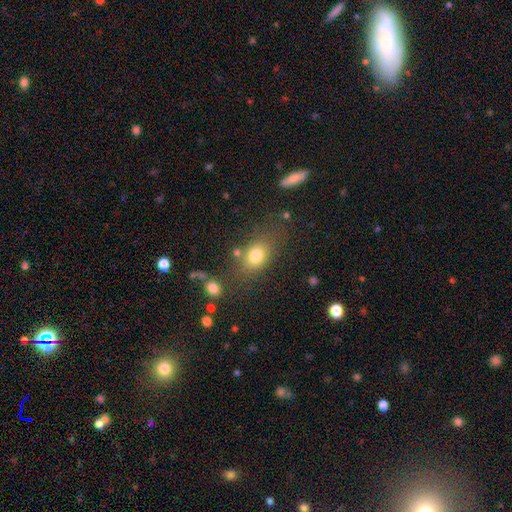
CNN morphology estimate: This is likely a smooth galaxy (78%). How rounded: likely in between (69%). Merging: likely none (67%).